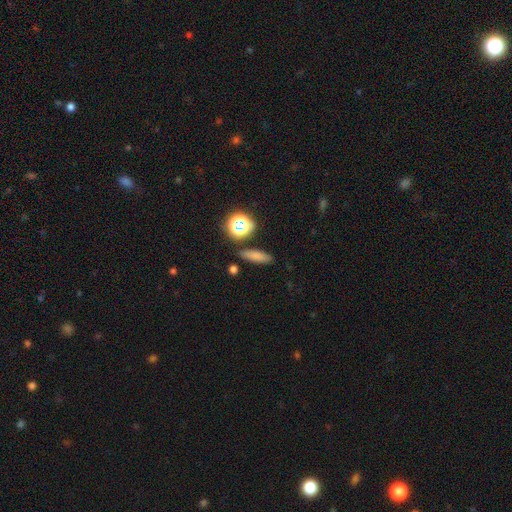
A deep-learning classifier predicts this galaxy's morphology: The model was most divided on "how rounded": cigar-shaped: 59%, in between: 31%, round: 10%. More confident: merging — none (84%); smooth or featured — smooth (74%).